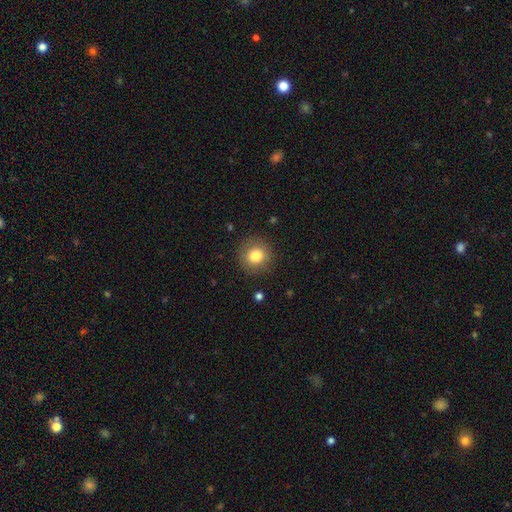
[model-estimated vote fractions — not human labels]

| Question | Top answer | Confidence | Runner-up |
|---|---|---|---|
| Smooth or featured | smooth | 81% | star or artifact (10%) |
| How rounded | round | 92% | in between (7%) |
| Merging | none | 88% | minor disturbance (8%) |